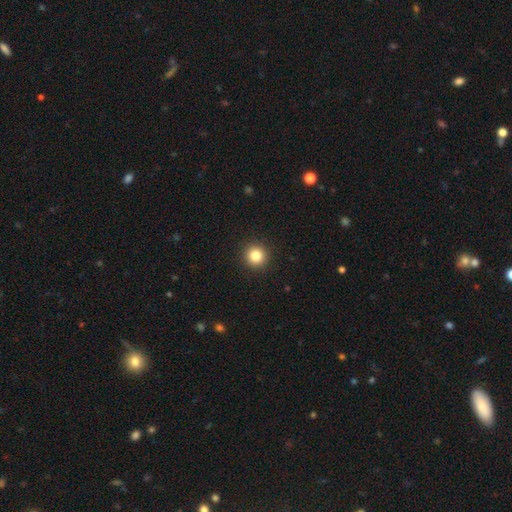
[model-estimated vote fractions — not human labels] Morphology: type=smooth (84%); roundness=round (95%); merging=none (93%).